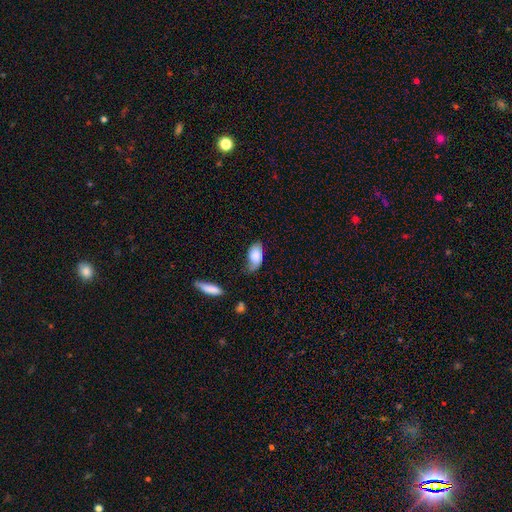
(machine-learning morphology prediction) type=smooth (74%); roundness=in between (93%); merging=none (44%).